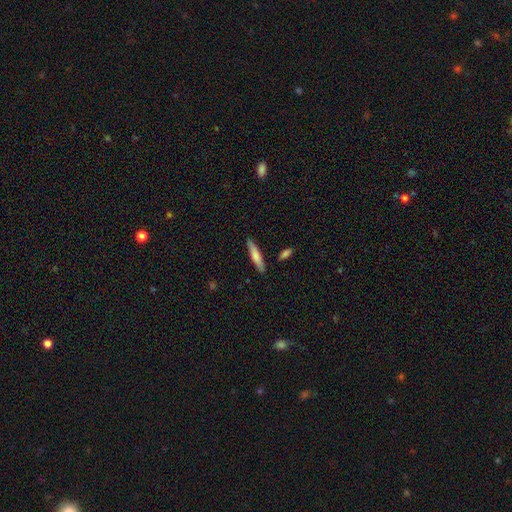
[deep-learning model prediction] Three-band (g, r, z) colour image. It shows a smooth galaxy with no disk features (72%) that is cigar-shaped (87%). Merging: none (86%).